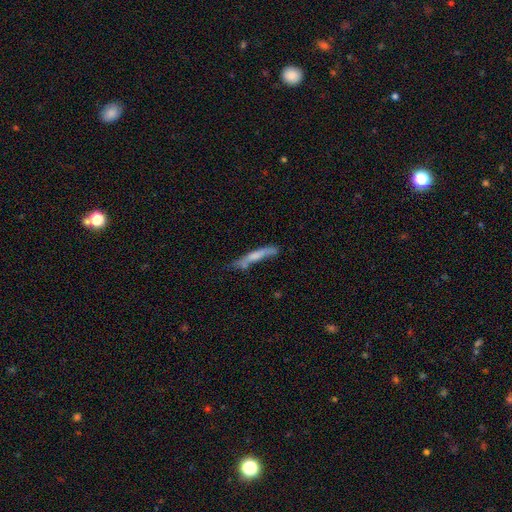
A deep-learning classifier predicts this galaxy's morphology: Smooth or featured: smooth — 54% (featured or disk — 38%)
How rounded: cigar-shaped — 93% (in between — 6%)
Merging: none — 59% (minor disturbance — 24%)